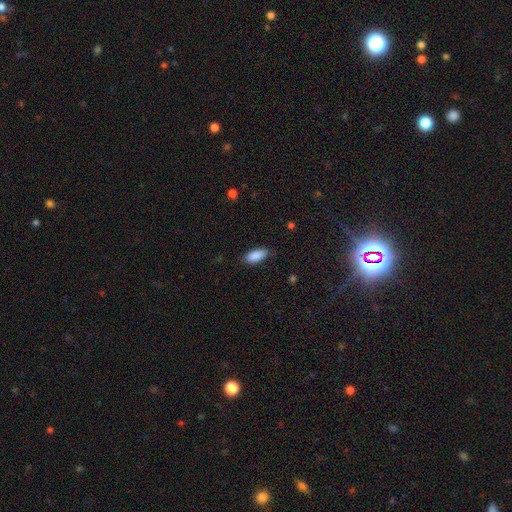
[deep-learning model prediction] smooth-or-featured: smooth: 89% | star or artifact: 7% | featured or disk: 4%
  how-rounded: in between: 86% | cigar-shaped: 12% | round: 2%
  merging: none: 81% | minor disturbance: 15% | major disturbance: 3% | merger: 1%